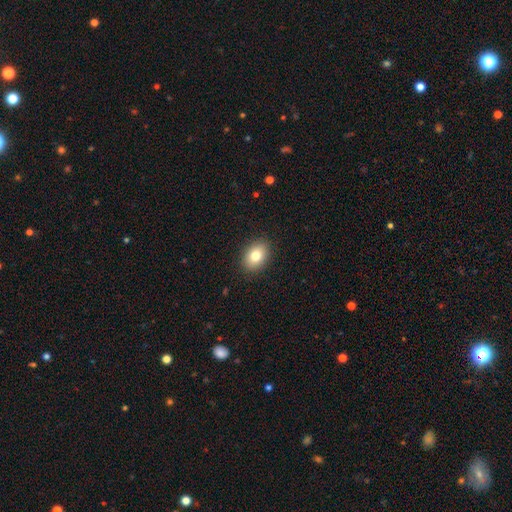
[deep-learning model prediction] A smooth galaxy with no disk features (80%) that is in between round and cigar-shaped (73%).

Vote fractions:
- Smooth or featured? smooth: 80% / featured or disk: 11% / star or artifact: 9%
- How rounded? in between: 73% / round: 25% / cigar-shaped: 1%
- Merging? none: 89% / minor disturbance: 8% / major disturbance: 2% / merger: 1%